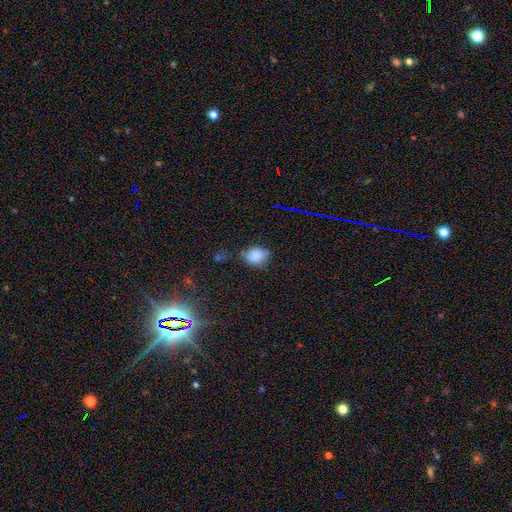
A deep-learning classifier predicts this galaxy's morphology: Overall: smooth (81%). How rounded: round (50%; in between 48%). Merging: none (55%; minor disturbance 32%).